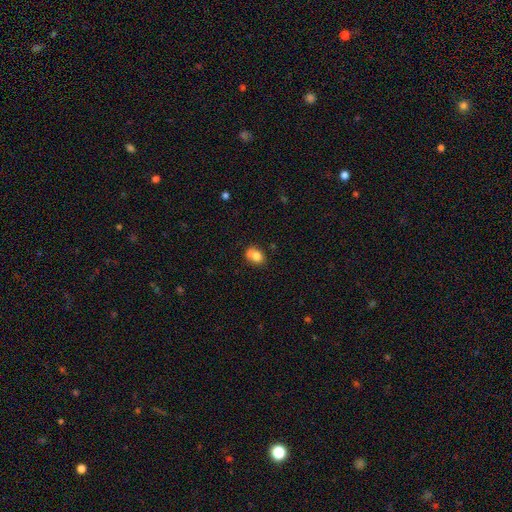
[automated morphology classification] This is likely a smooth galaxy (77%). How rounded: likely in between (62%). Merging: possibly none (48%).